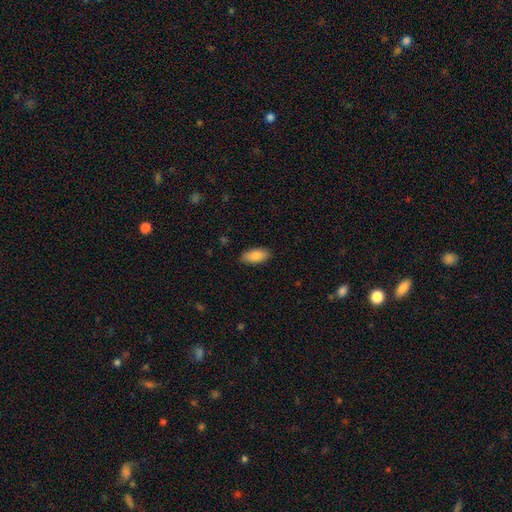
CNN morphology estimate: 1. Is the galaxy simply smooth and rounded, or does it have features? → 85% smooth, 9% featured or disk, 6% star or artifact.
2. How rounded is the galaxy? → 91% in between, 7% cigar-shaped, 2% round.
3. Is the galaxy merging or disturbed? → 86% none, 11% minor disturbance, 2% major disturbance, 1% merger.